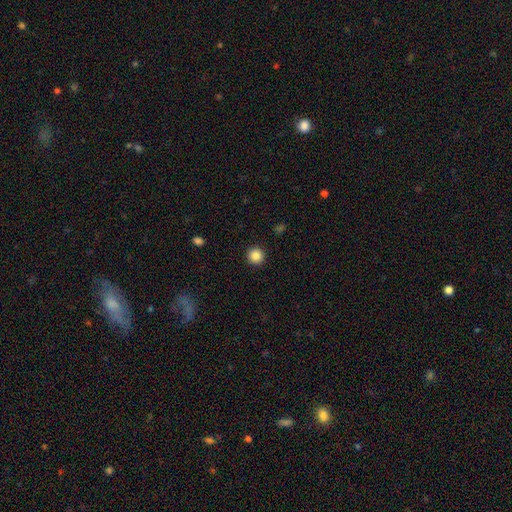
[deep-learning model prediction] smooth-or-featured: smooth: 87% | star or artifact: 10% | featured or disk: 3%
  how-rounded: round: 96% | in between: 4% | cigar-shaped: 1%
  merging: none: 93% | minor disturbance: 4% | major disturbance: 2% | merger: 1%